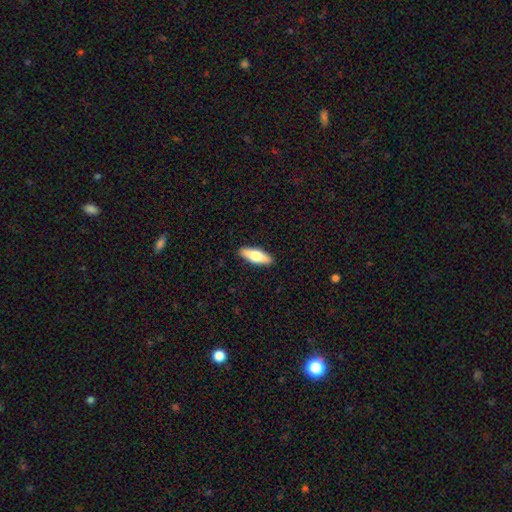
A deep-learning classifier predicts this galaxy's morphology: Smooth or featured?
  - smooth: 64% *
  - featured or disk: 30%
  - star or artifact: 6%
How rounded?
  - in between: 54% *
  - cigar-shaped: 44%
  - round: 2%
Merging?
  - none: 90% *
  - minor disturbance: 7%
  - major disturbance: 2%
  - merger: 1%